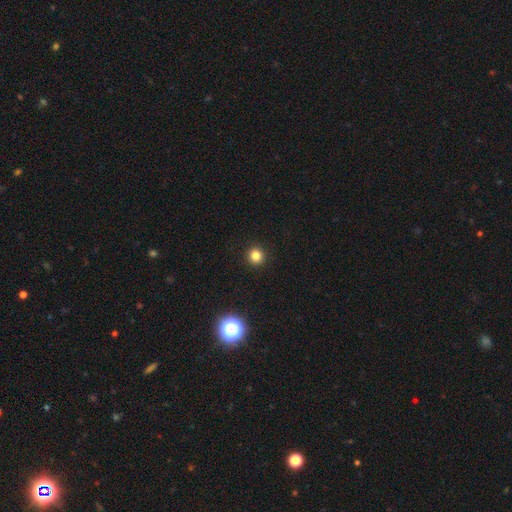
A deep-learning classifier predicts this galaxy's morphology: A smooth galaxy with no disk features (82%) that is round (95%). Merging: none (93%).